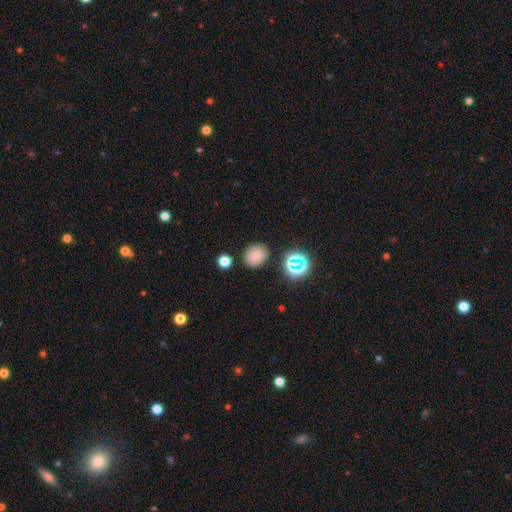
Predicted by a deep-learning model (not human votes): A smooth galaxy with no disk features (78%) that is round (60%).

Vote fractions:
- Smooth or featured? smooth: 78% / star or artifact: 16% / featured or disk: 6%
- How rounded? round: 60% / in between: 39% / cigar-shaped: 1%
- Merging? none: 84% / minor disturbance: 10% / merger: 3% / major disturbance: 3%